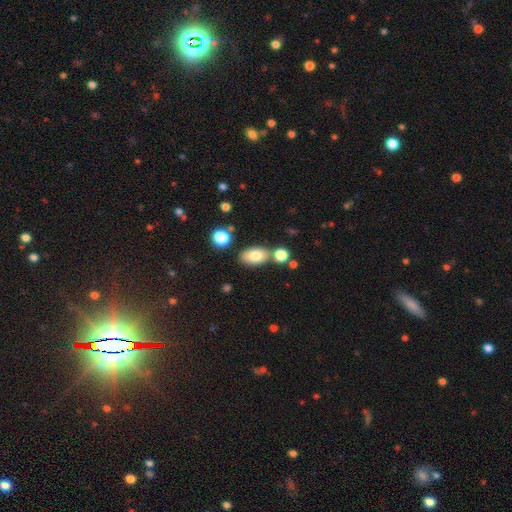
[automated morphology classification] Overall: smooth (79%). How rounded: in between (89%). Merging: none (68%).